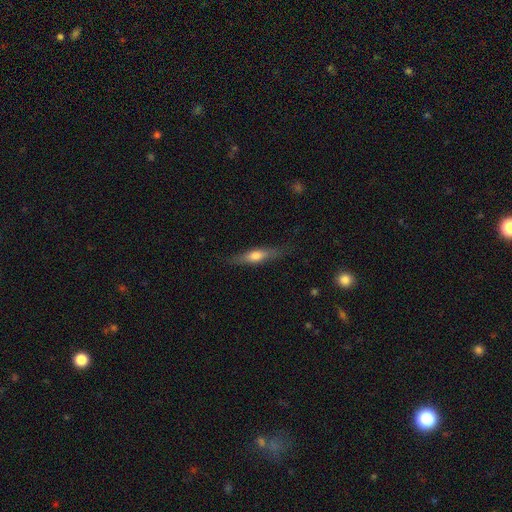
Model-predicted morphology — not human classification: Smooth or featured: smooth — 51% (featured or disk — 43%)
How rounded: cigar-shaped — 75% (in between — 23%)
Merging: none — 81% (minor disturbance — 14%)